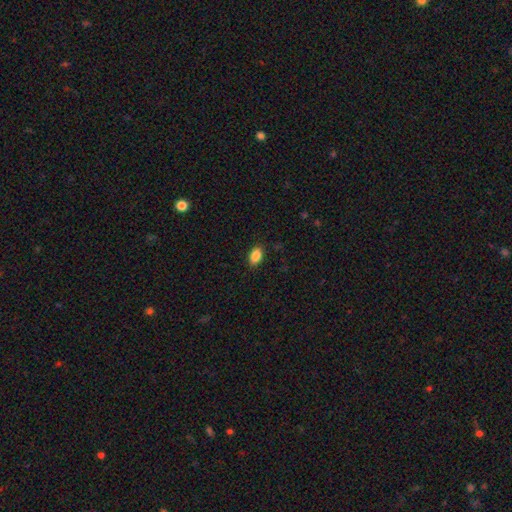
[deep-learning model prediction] Overall: smooth (88%). How rounded: in between (87%). Merging: none (87%).